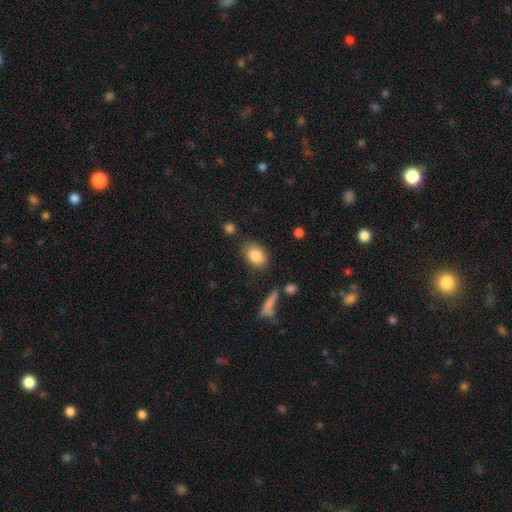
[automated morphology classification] Smooth or featured?
  - smooth: 85% *
  - star or artifact: 8%
  - featured or disk: 7%
How rounded?
  - in between: 79% *
  - round: 18%
  - cigar-shaped: 2%
Merging?
  - none: 74% *
  - minor disturbance: 17%
  - major disturbance: 5%
  - merger: 5%